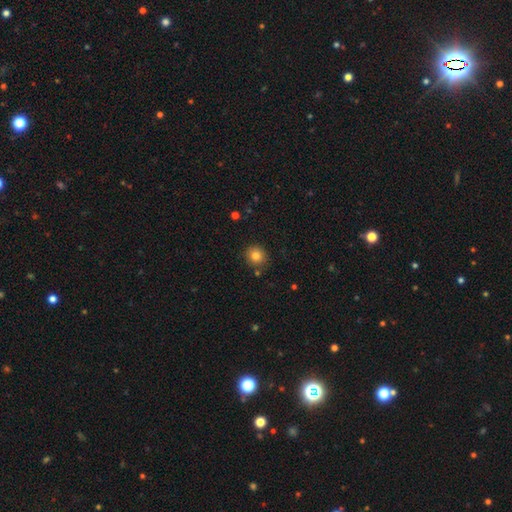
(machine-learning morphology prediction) type=smooth (83%); roundness=round (88%); merging=none (86%).